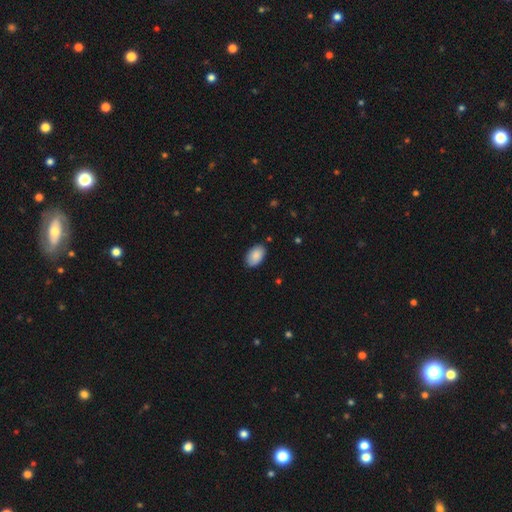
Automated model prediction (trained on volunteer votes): Smooth or featured? Predicted: smooth (p=0.88). How rounded? Predicted: in between (p=0.93). Merging? Predicted: none (p=0.85).